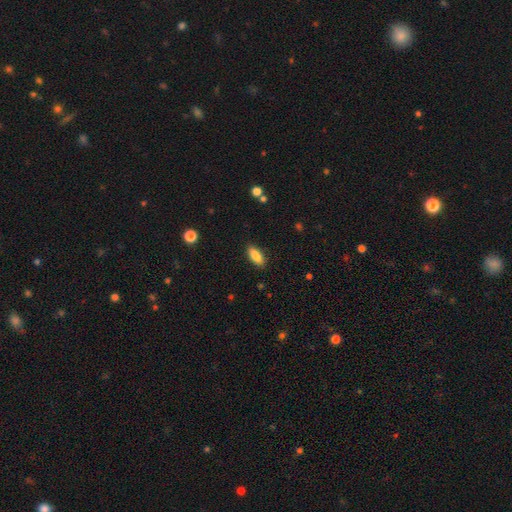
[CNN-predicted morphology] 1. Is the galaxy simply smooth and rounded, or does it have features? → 87% smooth, 7% star or artifact, 6% featured or disk.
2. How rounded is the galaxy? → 78% in between, 20% cigar-shaped, 2% round.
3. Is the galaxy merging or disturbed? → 88% none, 8% minor disturbance, 2% major disturbance, 1% merger.